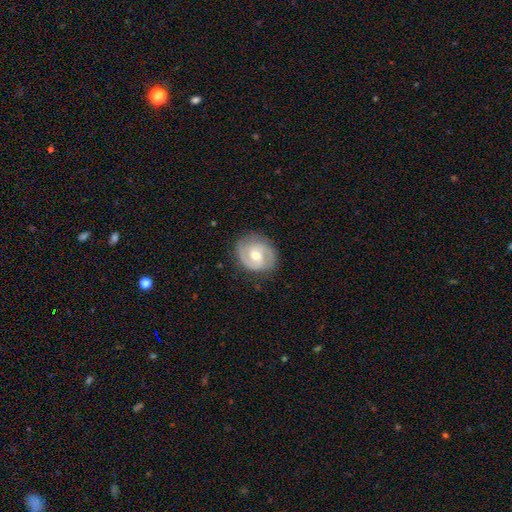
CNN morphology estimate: Smooth or featured?
  - featured or disk: 84% *
  - smooth: 11%
  - star or artifact: 5%
Edge-on disk?
  - no: 98% *
  - yes: 2%
Bar?
  - weak: 45% *
  - no: 44%
  - strong: 11%
Spiral arms?
  - yes: 96% *
  - no: 4%
Spiral winding?
  - medium: 45% * (tied)
  - tight: 45% * (tied)
  - loose: 10%
Spiral arm count?
  - 2: 84% *
  - 3: 6%
  - can't tell: 5%
  - 1: 2%
  - 4: 1%
  - more than 4: 1%
Bulge size?
  - moderate: 67% *
  - small: 28%
  - large: 3%
  - none: 1%
  - dominant: 1%
Merging?
  - none: 83% *
  - minor disturbance: 13%
  - major disturbance: 4%
  - merger: 1%